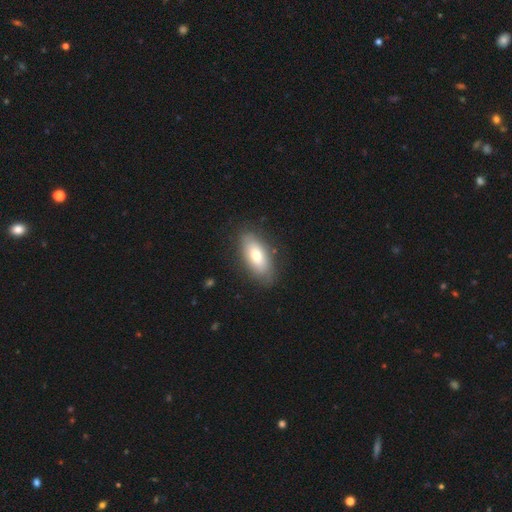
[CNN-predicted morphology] The model was most divided on "smooth or featured": smooth: 68%, featured or disk: 25%, star or artifact: 6%. More confident: how rounded — in between (87%); merging — none (81%).